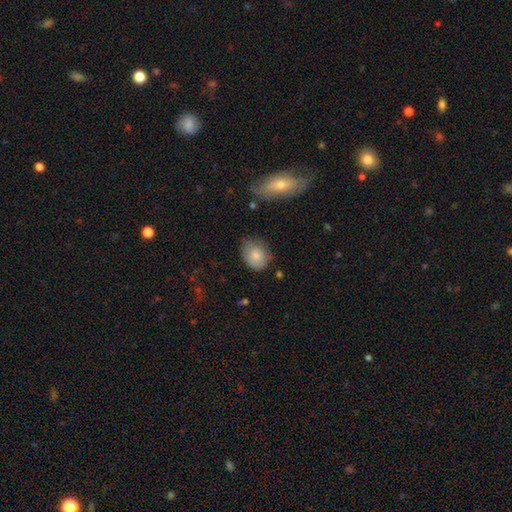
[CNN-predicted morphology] type=smooth (78%); roundness=in between (55%); merging=none (63%).